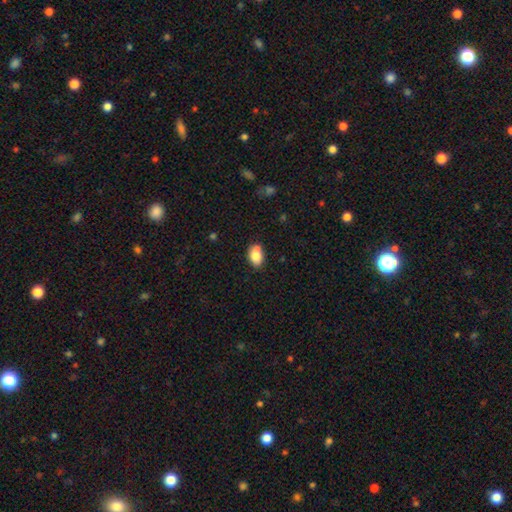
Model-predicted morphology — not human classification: This is clearly a smooth galaxy (81%). How rounded: clearly in between (84%). Merging: likely none (61%).